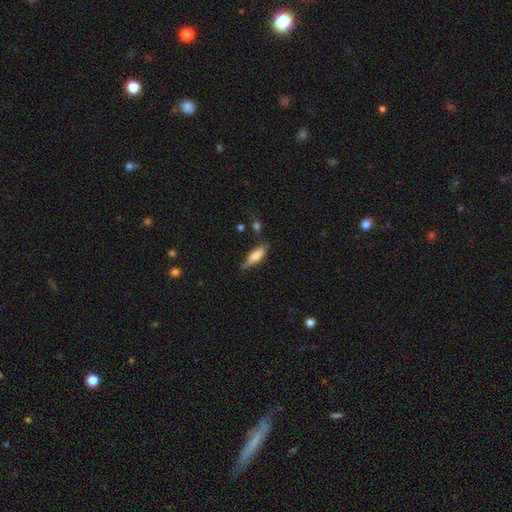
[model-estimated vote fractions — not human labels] Smooth or featured: smooth — 72% (featured or disk — 22%)
How rounded: cigar-shaped — 50% (in between — 48%)
Merging: none — 63% (minor disturbance — 28%)